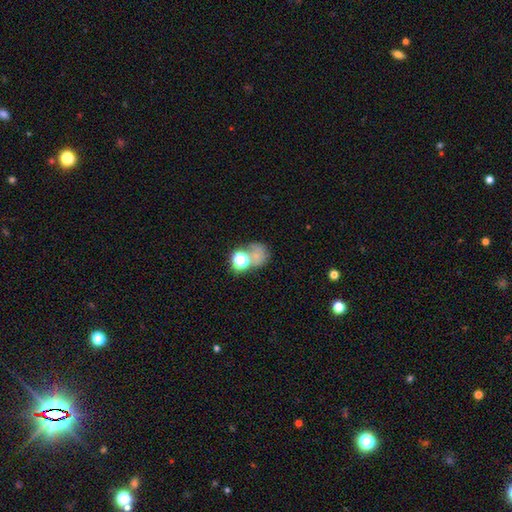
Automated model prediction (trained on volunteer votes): A smooth galaxy with no disk features (57%) that is round (65%). Merging: merger (35%).